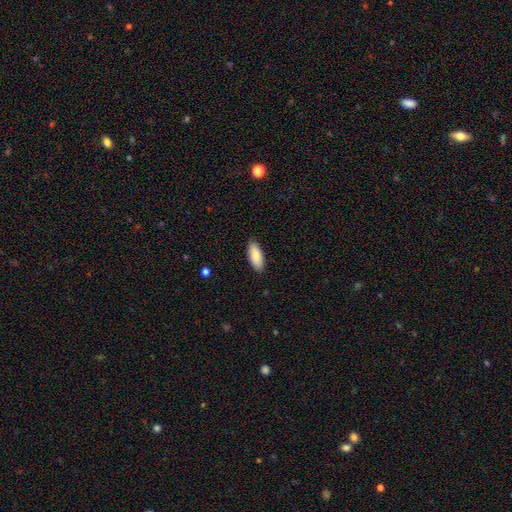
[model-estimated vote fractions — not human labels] Smooth or featured: smooth — 88% (featured or disk — 6%)
How rounded: in between — 83% (cigar-shaped — 15%)
Merging: none — 88% (minor disturbance — 9%)